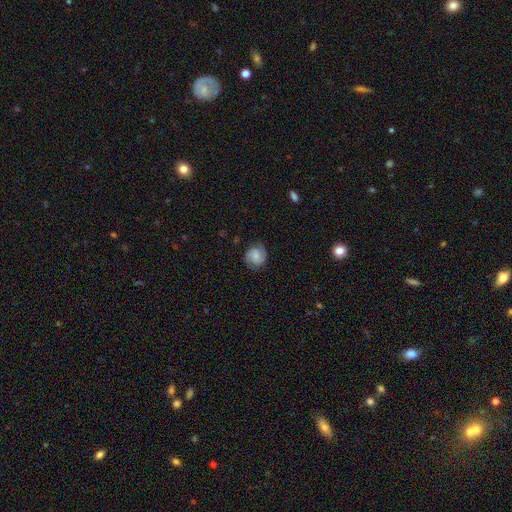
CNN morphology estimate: A featured or disk galaxy (54%) with no bar (61%), spiral arms (93%) and a small central bulge (45%). Merging: none (79%).